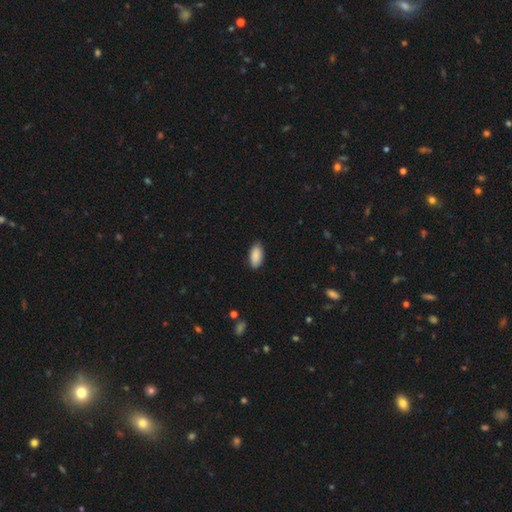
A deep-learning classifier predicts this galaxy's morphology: The model was most divided on "merging": none: 86%, minor disturbance: 11%, major disturbance: 2%, merger: 1%. More confident: how rounded — in between (92%); smooth or featured — smooth (89%).